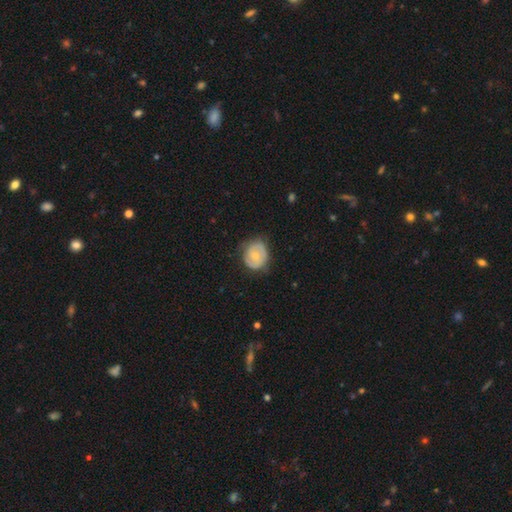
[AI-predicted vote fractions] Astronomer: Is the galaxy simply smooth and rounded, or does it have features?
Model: featured or disk — 54% (runner-up: smooth, 40%).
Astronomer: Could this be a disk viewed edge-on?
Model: no — 97%.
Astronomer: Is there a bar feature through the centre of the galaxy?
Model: no — 73%.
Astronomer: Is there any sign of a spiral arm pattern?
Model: yes — 68%.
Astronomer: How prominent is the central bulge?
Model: small — 50% (runner-up: moderate, 45%).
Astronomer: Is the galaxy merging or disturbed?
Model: none — 68%.